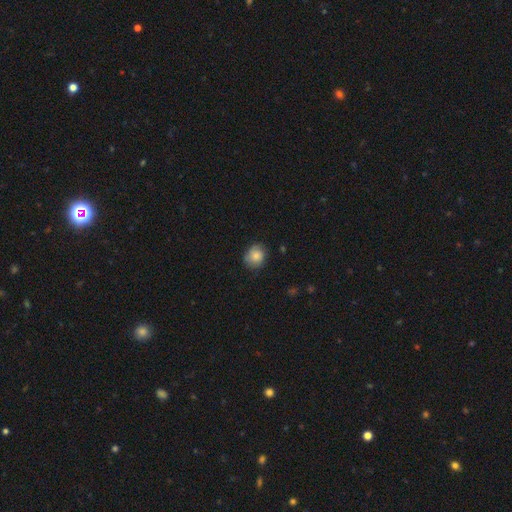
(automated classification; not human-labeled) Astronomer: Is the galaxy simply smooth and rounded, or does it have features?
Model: smooth — 80%.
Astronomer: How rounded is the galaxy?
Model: round — 67%.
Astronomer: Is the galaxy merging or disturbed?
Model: none — 76%.